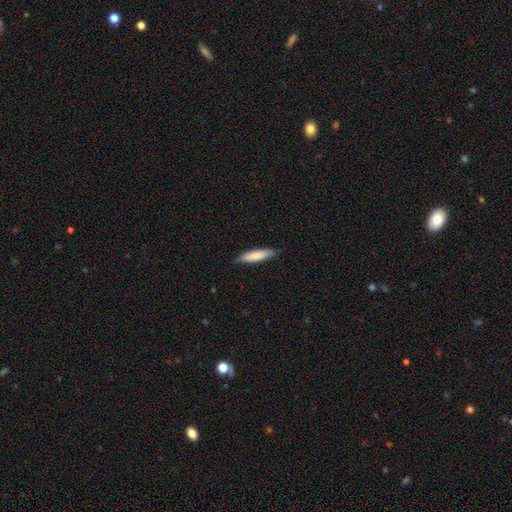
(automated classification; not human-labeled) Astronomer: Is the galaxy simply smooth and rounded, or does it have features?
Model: smooth — 79%.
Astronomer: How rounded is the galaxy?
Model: cigar-shaped — 73%.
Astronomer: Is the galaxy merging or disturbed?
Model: none — 84%.